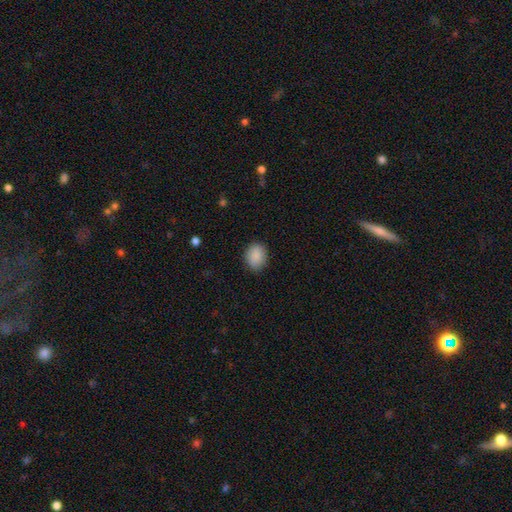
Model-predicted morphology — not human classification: The model was most divided on "how rounded": round: 52%, in between: 47%, cigar-shaped: 1%. More confident: smooth or featured — smooth (89%); merging — none (87%).